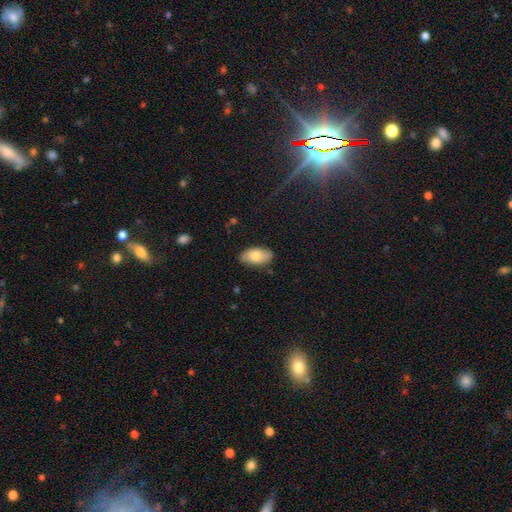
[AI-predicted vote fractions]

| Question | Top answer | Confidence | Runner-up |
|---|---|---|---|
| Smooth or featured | smooth | 73% | featured or disk (20%) |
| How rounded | in between | 94% | round (3%) |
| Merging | none | 82% | minor disturbance (15%) |